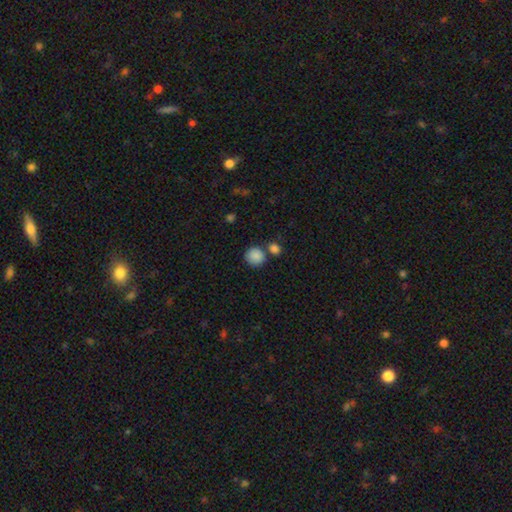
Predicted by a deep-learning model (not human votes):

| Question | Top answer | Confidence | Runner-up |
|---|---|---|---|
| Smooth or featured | smooth | 87% | star or artifact (9%) |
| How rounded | round | 89% | in between (10%) |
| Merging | none | 68% | merger (19%) |